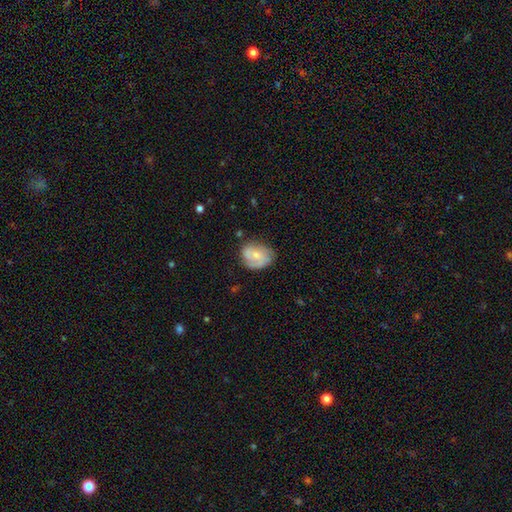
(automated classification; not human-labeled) The model was most divided on "how rounded": in between: 56%, round: 42%, cigar-shaped: 1%. More confident: merging — none (58%); smooth or featured — smooth (56%).